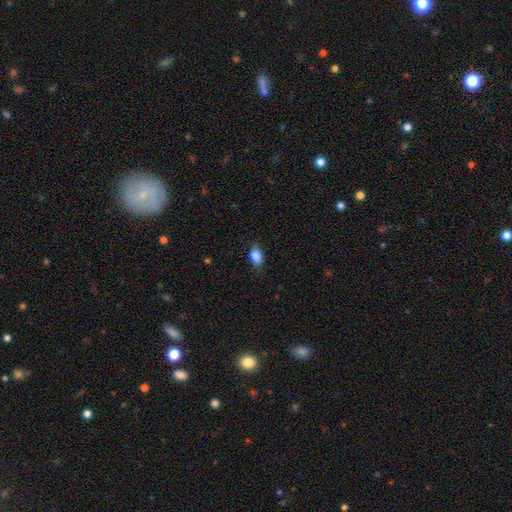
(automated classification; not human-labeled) Smooth or featured? Predicted: smooth (p=0.87). How rounded? Predicted: in between (p=0.83). Merging? Predicted: none (p=0.71).